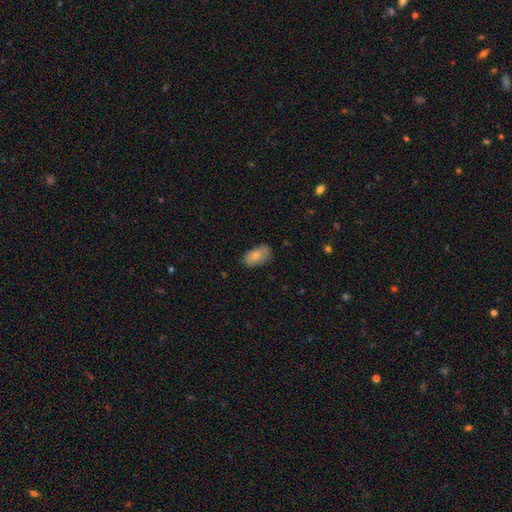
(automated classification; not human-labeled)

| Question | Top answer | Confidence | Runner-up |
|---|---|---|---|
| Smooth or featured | smooth | 76% | featured or disk (17%) |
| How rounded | in between | 92% | round (6%) |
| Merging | none | 74% | minor disturbance (21%) |